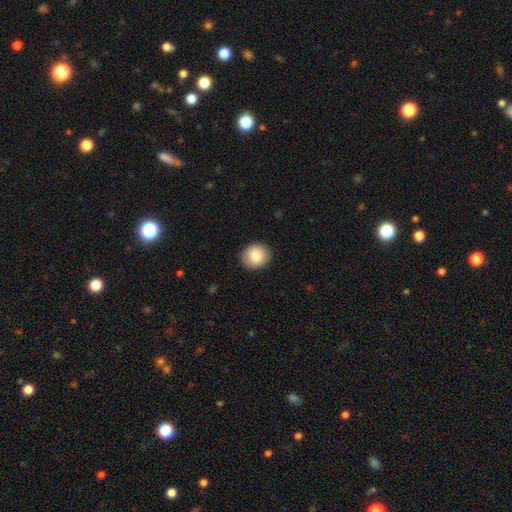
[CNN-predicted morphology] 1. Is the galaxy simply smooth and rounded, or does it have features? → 85% smooth, 8% star or artifact, 7% featured or disk.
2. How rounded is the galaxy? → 79% round, 20% in between, 1% cigar-shaped.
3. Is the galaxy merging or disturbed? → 89% none, 8% minor disturbance, 2% major disturbance, 1% merger.